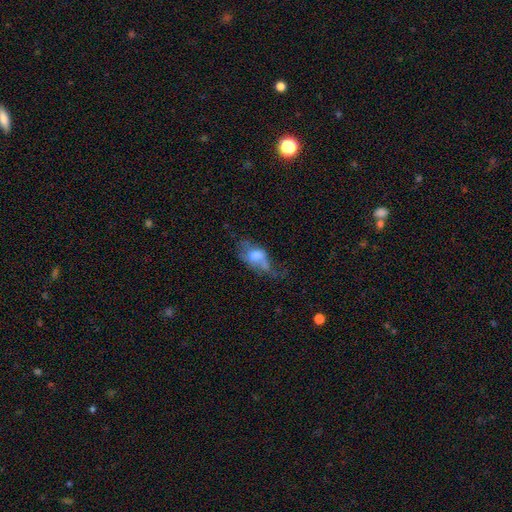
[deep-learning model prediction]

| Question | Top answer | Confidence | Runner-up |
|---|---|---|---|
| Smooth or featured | smooth | 55% | featured or disk (36%) |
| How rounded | in between | 83% | round (12%) |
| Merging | major disturbance | 39% | minor disturbance (28%) |